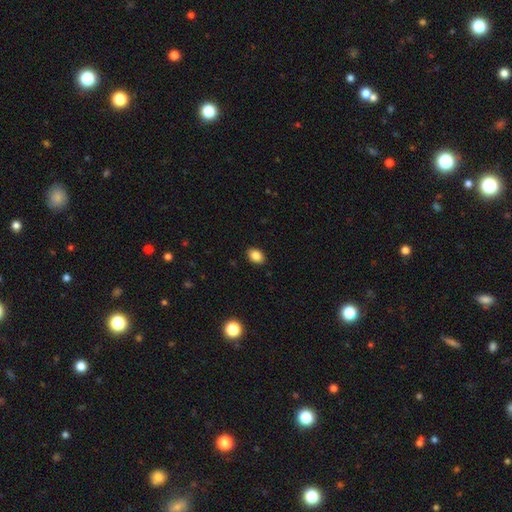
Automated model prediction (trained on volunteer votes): The model was most divided on "how rounded": in between: 78%, round: 21%, cigar-shaped: 1%. More confident: merging — none (90%); smooth or featured — smooth (86%).